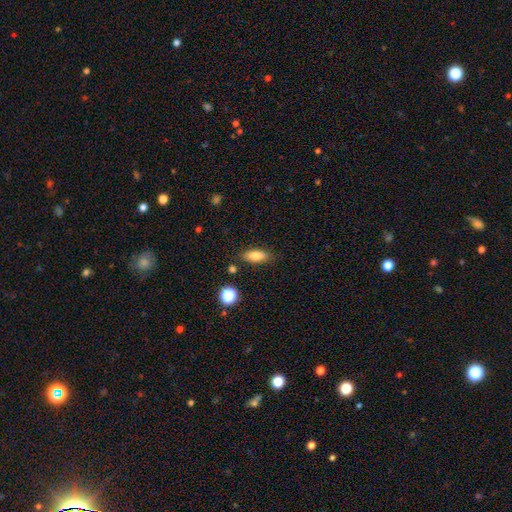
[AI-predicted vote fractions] Smooth or featured? Predicted: smooth (p=0.81). How rounded? Predicted: in between (p=0.80). Merging? Predicted: none (p=0.82).